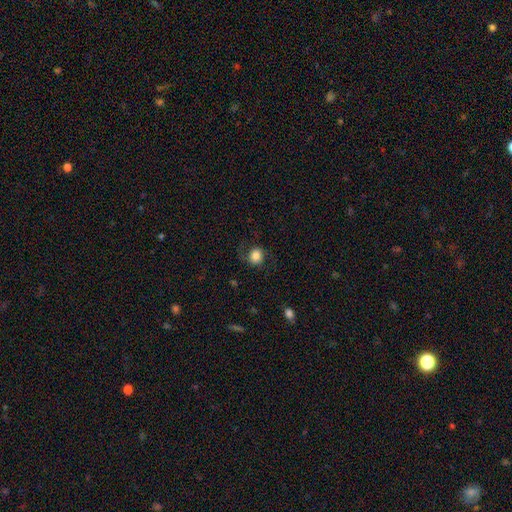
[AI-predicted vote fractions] Overall: smooth (72%). How rounded: round (74%). Merging: none (70%).